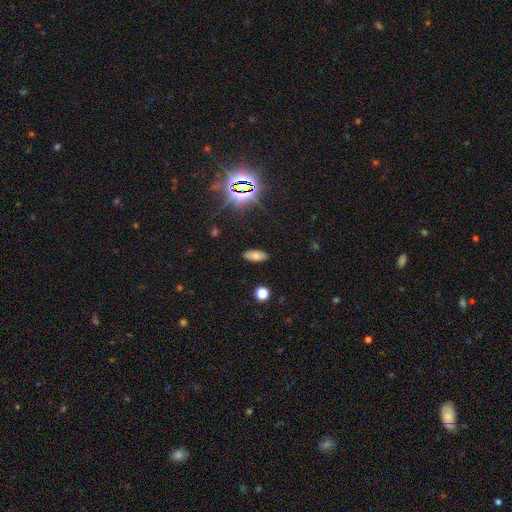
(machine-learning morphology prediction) Smooth or featured: smooth — 57% (star or artifact — 27%)
How rounded: in between — 86% (cigar-shaped — 10%)
Merging: none — 87% (minor disturbance — 9%)